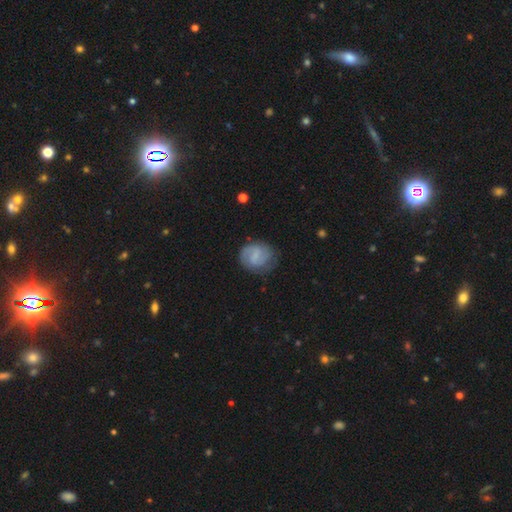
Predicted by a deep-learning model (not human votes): Smooth or featured: featured or disk — 56% (smooth — 37%)
Edge-on disk: no — 98% (yes — 2%)
Bar: weak — 55% (no — 23%)
Spiral arms: yes — 86% (no — 14%)
Bulge size: none — 47% (small — 36%)
Merging: none — 70% (minor disturbance — 20%)